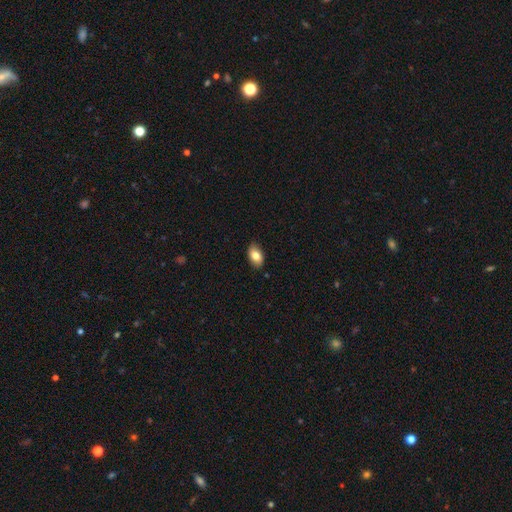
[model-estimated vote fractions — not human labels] Smooth or featured? Predicted: smooth (p=0.81). How rounded? Predicted: in between (p=0.91). Merging? Predicted: none (p=0.86).